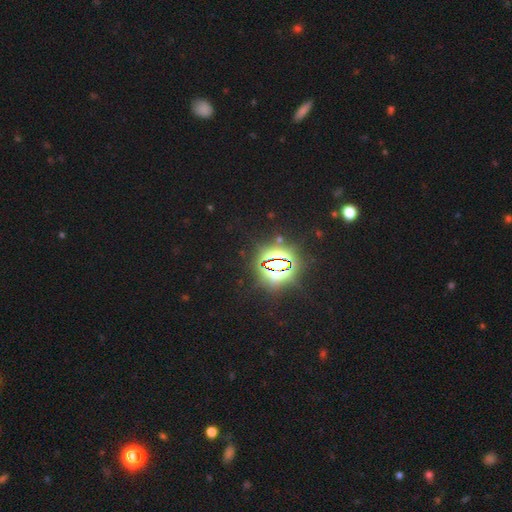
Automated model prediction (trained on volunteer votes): smooth-or-featured: star or artifact: 84% | smooth: 9% | featured or disk: 6%